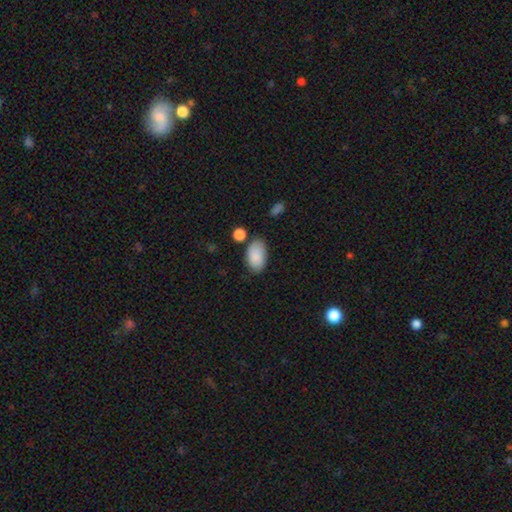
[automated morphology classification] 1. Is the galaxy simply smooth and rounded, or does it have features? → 88% smooth, 7% star or artifact, 5% featured or disk.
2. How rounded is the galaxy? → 94% in between, 5% round, 1% cigar-shaped.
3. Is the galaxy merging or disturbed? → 72% none, 17% minor disturbance, 6% merger, 4% major disturbance.